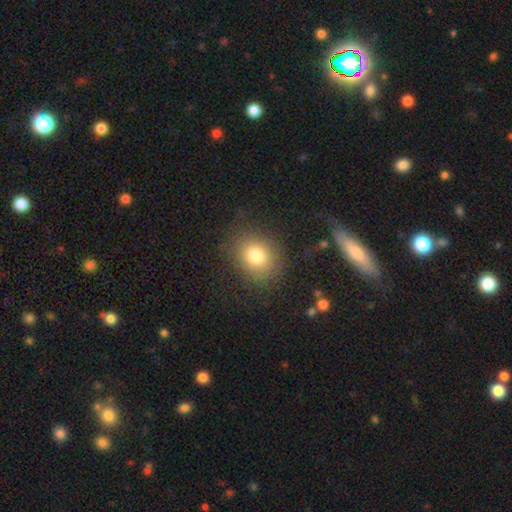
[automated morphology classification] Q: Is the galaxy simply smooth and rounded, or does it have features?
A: smooth — 77%.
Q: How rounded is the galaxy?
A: round — 64%.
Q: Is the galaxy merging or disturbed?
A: none — 79%.